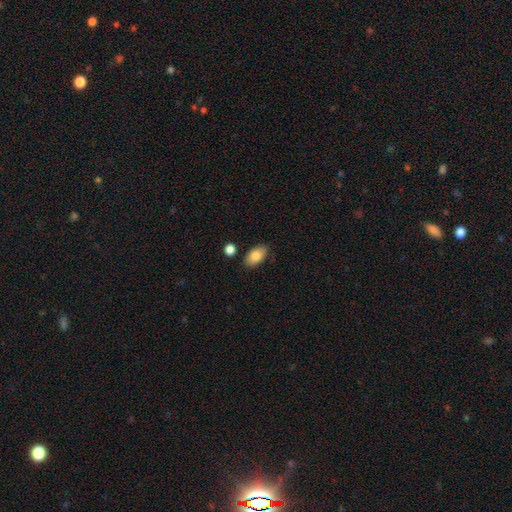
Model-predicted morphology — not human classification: Smooth or featured?
  - smooth: 83% *
  - featured or disk: 10%
  - star or artifact: 7%
How rounded?
  - in between: 93% *
  - round: 5%
  - cigar-shaped: 2%
Merging?
  - none: 83% *
  - minor disturbance: 12%
  - merger: 3%
  - major disturbance: 2%